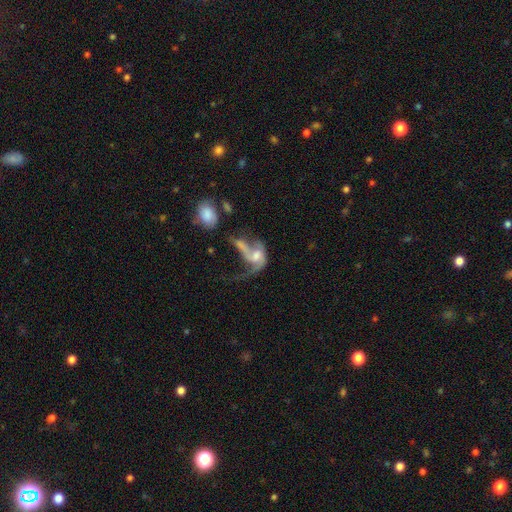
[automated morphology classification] Overall: featured or disk (63%; smooth 27%). Edge-on disk: no (95%). Bar: no (63%; weak 28%). Spiral arms: yes (65%; no 35%). Bulge size: moderate (42%; small 22%). Merging: merger (39%; major disturbance 38%).